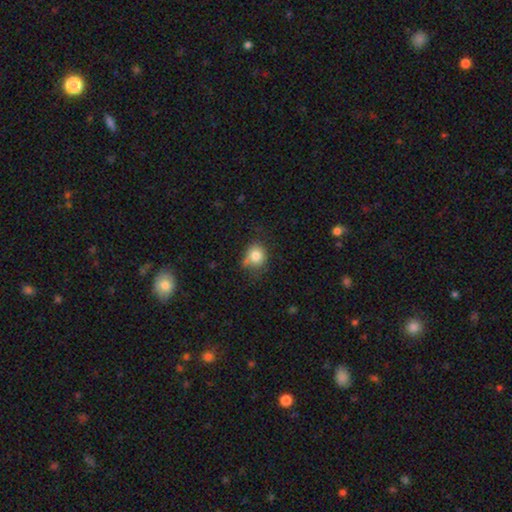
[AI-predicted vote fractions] Smooth or featured? smooth (81%)
How rounded? round (73%)
Merging? none (60%)